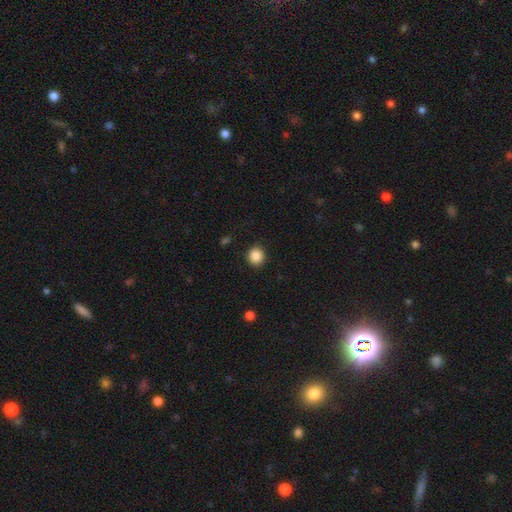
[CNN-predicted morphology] Smooth or featured? Predicted: smooth (p=0.87). How rounded? Predicted: round (p=0.85). Merging? Predicted: none (p=0.90).